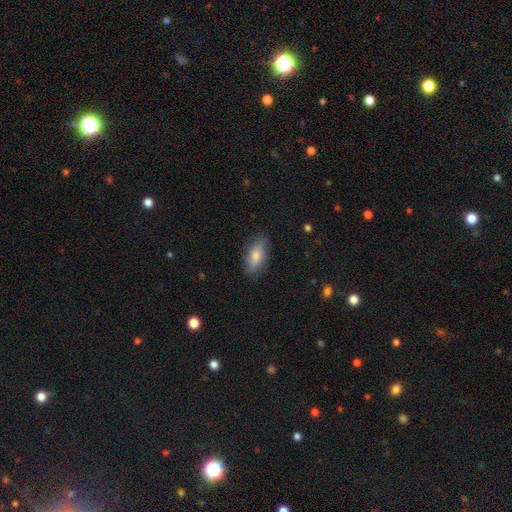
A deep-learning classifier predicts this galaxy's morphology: This appears to be a smooth galaxy with no disk features (73%) that is in between round and cigar-shaped (79%). Merging: none (79%).